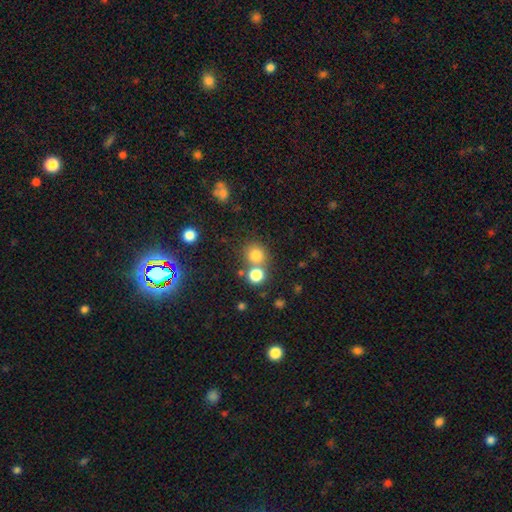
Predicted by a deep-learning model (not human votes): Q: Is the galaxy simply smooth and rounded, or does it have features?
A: smooth — 77%.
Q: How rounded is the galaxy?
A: round — 86%.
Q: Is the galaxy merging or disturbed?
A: none — 60%.